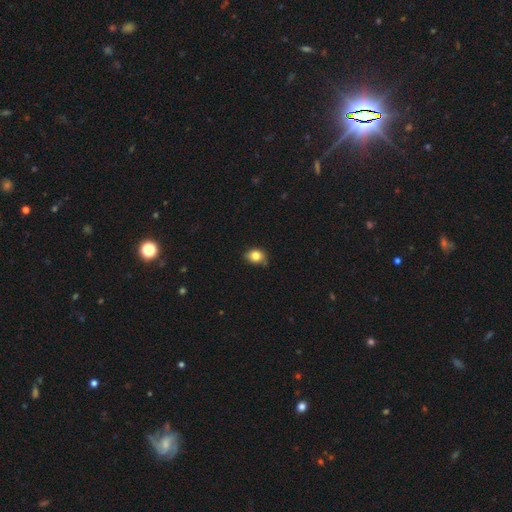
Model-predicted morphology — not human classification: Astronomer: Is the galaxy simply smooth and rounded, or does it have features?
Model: smooth — 81%.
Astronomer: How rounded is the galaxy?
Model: in between — 55% (runner-up: round, 44%).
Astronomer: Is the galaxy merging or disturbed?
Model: none — 66%.